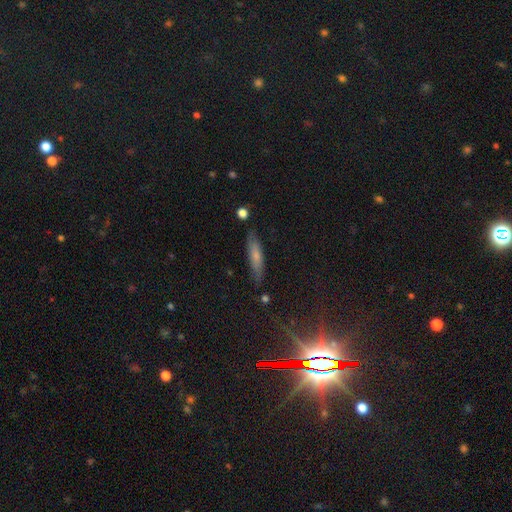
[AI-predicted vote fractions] Smooth or featured: smooth — 62% (featured or disk — 30%)
How rounded: cigar-shaped — 76% (in between — 22%)
Merging: none — 79% (minor disturbance — 16%)